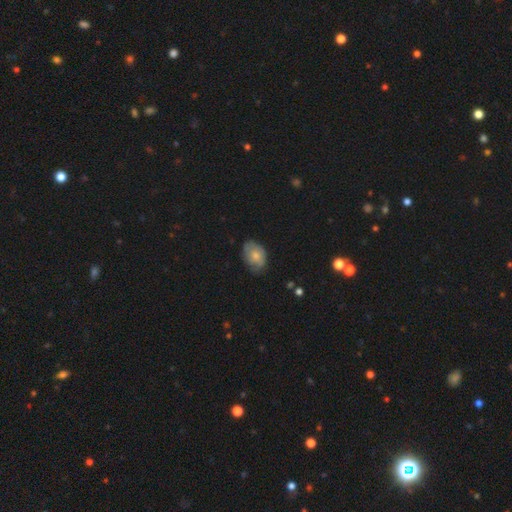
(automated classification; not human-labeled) Smooth or featured? smooth (65%)
How rounded? in between (76%)
Merging? none (63%)